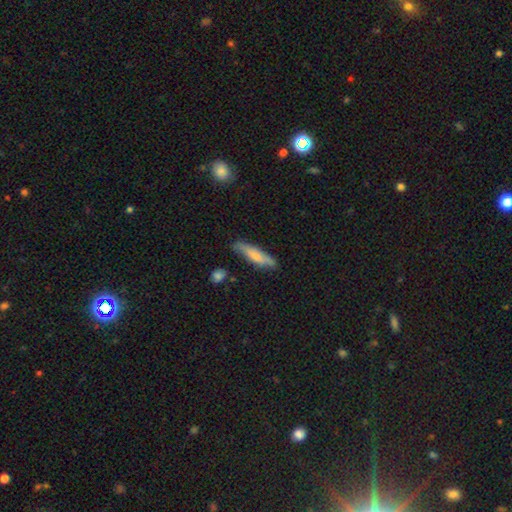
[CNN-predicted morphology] Q: Smooth or featured?
A: smooth (63%); runner-up: featured or disk (30%)
Q: How rounded?
A: cigar-shaped (76%); runner-up: in between (22%)
Q: Merging?
A: none (73%); runner-up: minor disturbance (20%)